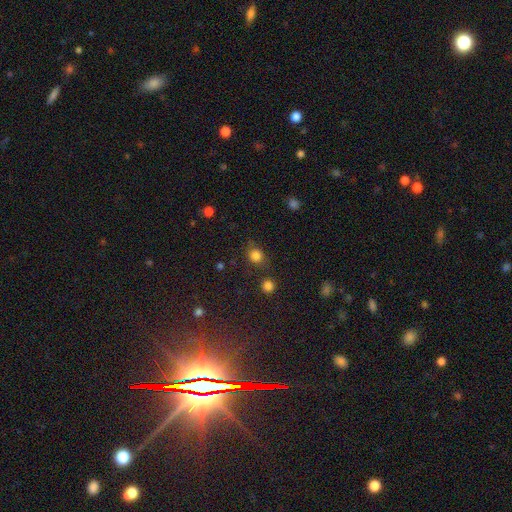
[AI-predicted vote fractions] This is clearly a smooth galaxy (81%). How rounded: clearly round (81%). Merging: likely none (73%).